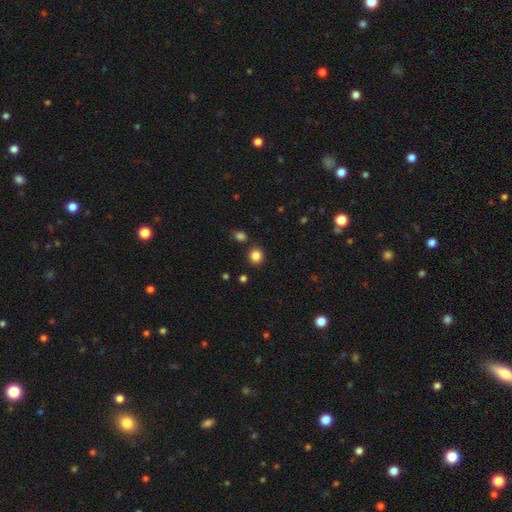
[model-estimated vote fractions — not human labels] This appears to be a smooth galaxy with no disk features (85%) that is round (89%). Merging: none (85%).